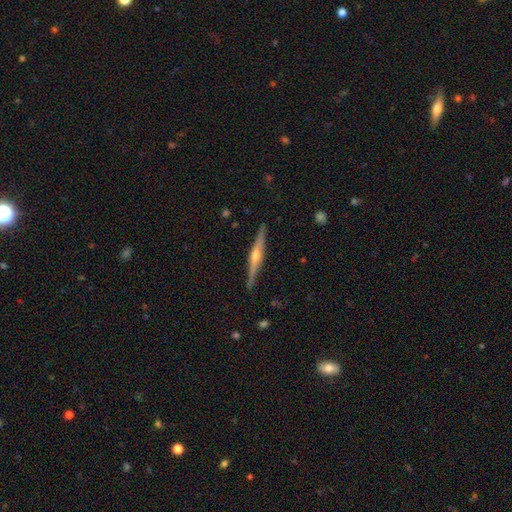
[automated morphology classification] A featured or disk galaxy (80%) viewed edge-on (98%) with a rounded central bulge (92%).

Vote fractions:
- Smooth or featured? featured or disk: 80% / smooth: 14% / star or artifact: 5%
- Edge-on disk? yes: 98% / no: 2%
- Edge-on bulge? rounded: 92% / boxy: 4% / none: 4%
- Merging? none: 90% / minor disturbance: 8% / major disturbance: 1% / merger: 1%